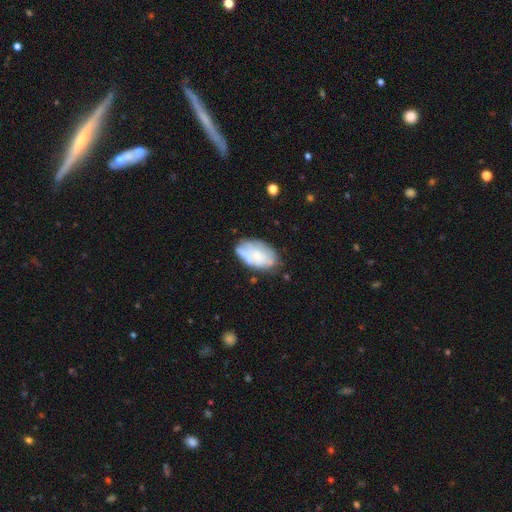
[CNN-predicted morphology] Q: Smooth or featured?
A: smooth (51%); runner-up: featured or disk (42%)
Q: How rounded?
A: in between (92%); runner-up: round (6%)
Q: Merging?
A: none (62%); runner-up: minor disturbance (25%)